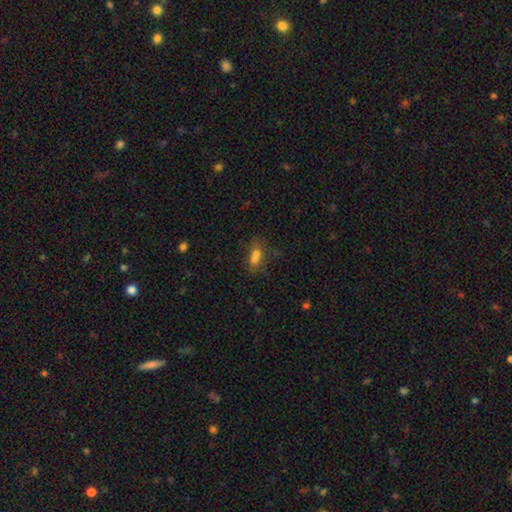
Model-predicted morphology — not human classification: Q: Smooth or featured?
A: smooth (64%); runner-up: star or artifact (21%)
Q: How rounded?
A: in between (71%); runner-up: round (19%)
Q: Merging?
A: none (47%); runner-up: merger (28%)